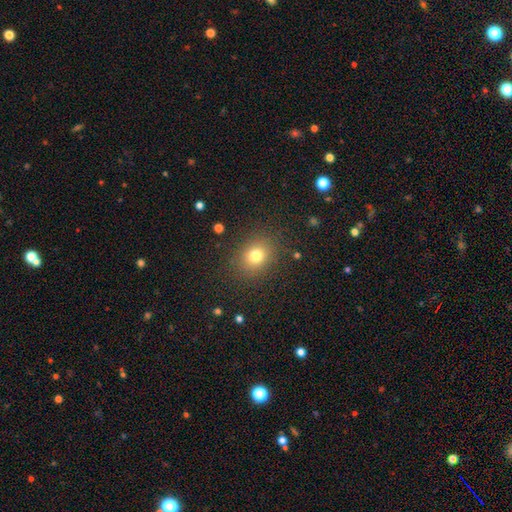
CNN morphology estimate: Smooth or featured?
  - smooth: 77% *
  - star or artifact: 14%
  - featured or disk: 9%
How rounded?
  - round: 60% *
  - in between: 39%
  - cigar-shaped: 1%
Merging?
  - none: 85% *
  - minor disturbance: 9%
  - major disturbance: 4%
  - merger: 1%